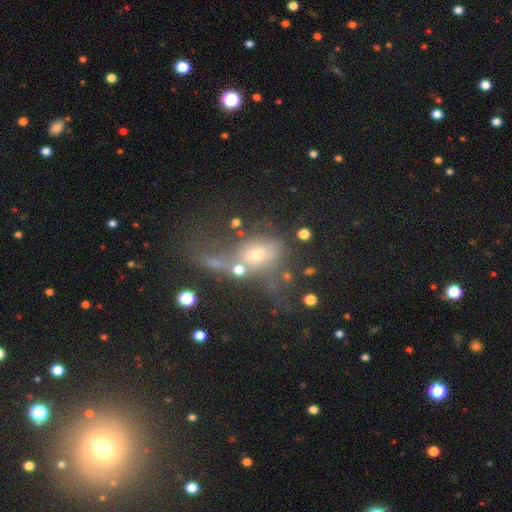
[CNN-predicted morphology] Overall: smooth (44%; featured or disk 34%). Merging: major disturbance (38%; merger 26%).